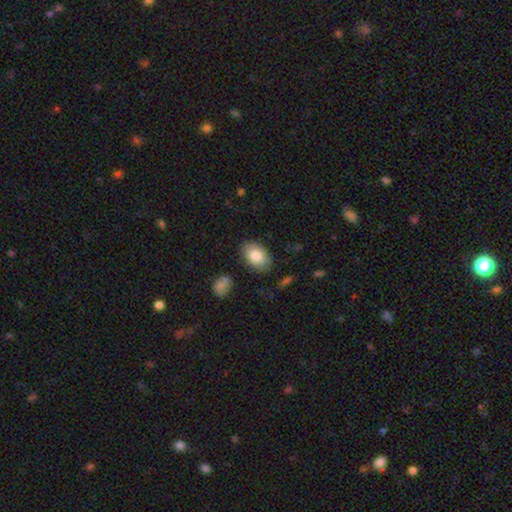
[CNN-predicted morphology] This is clearly a smooth galaxy (84%). How rounded: clearly in between (89%). Merging: clearly none (83%).